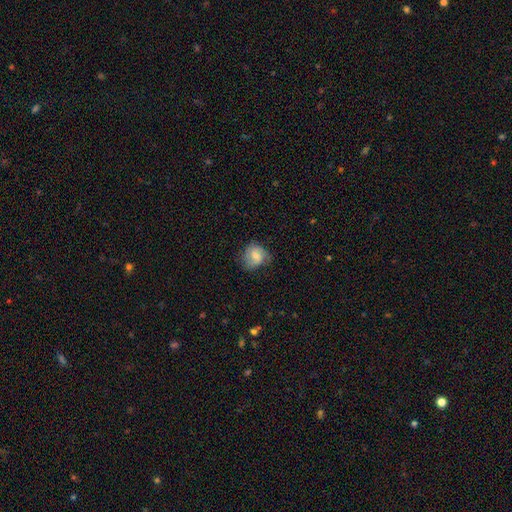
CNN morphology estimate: The model was most divided on "smooth or featured": smooth: 54%, featured or disk: 39%, star or artifact: 7%. More confident: how rounded — round (65%); merging — none (58%).